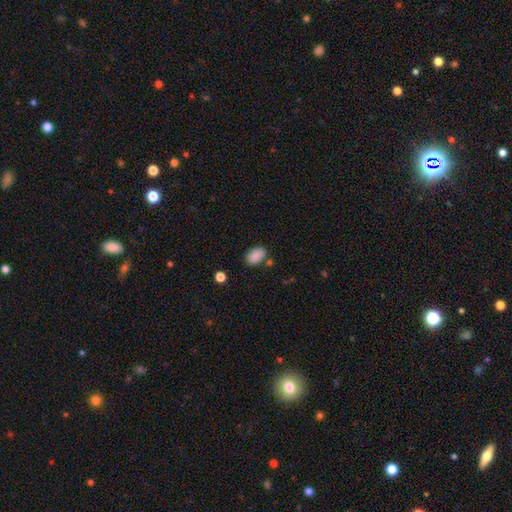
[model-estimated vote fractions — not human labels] This appears to be a smooth galaxy with no disk features (89%) that is in between round and cigar-shaped (89%). Merging: none (79%).